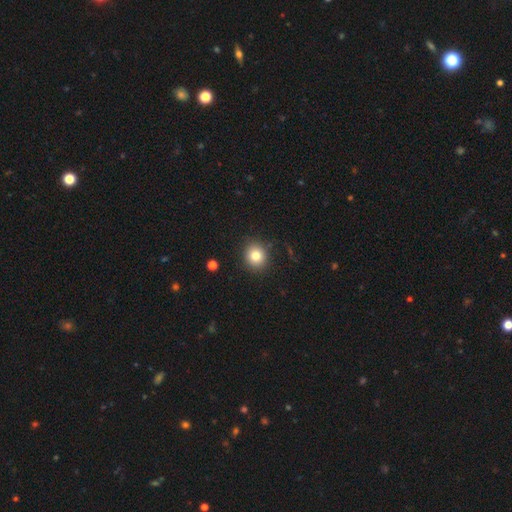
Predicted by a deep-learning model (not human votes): Smooth or featured: smooth — 81% (star or artifact — 11%)
How rounded: round — 81% (in between — 18%)
Merging: none — 88% (minor disturbance — 8%)